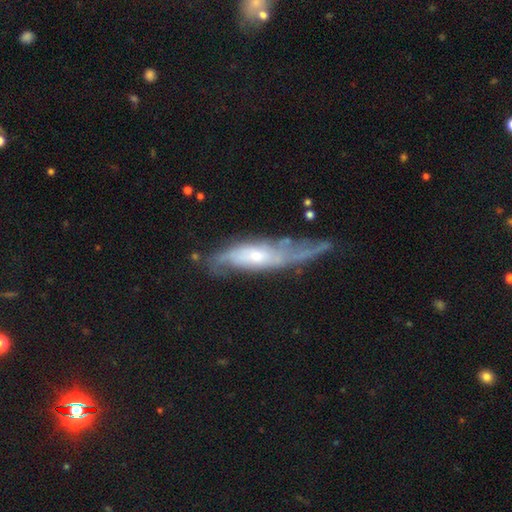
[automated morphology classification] Smooth or featured? featured or disk (71%)
Edge-on disk? no (68%)
Merging? none (46%)